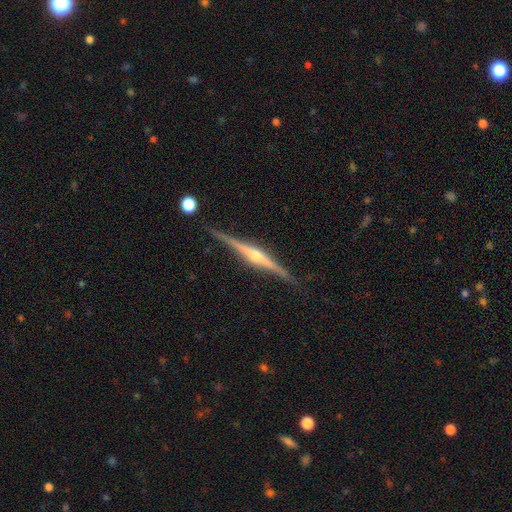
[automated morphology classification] Overall: featured or disk (88%). Edge-on disk: yes (98%). Edge-on bulge: rounded (91%). Merging: none (89%).